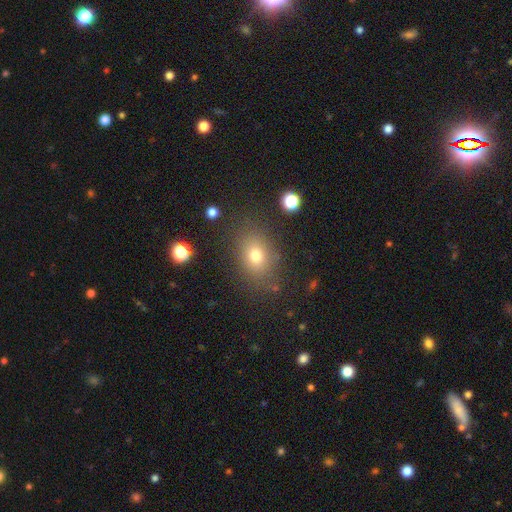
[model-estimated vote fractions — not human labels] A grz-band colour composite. It shows a smooth galaxy with no disk features (74%) that is in between round and cigar-shaped (67%). Merging: none (81%).